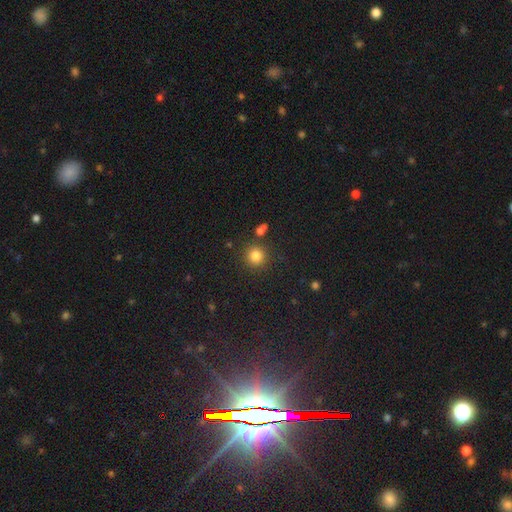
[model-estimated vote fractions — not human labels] This appears to be a smooth galaxy with no disk features (82%) that is round (92%). Merging: none (85%).